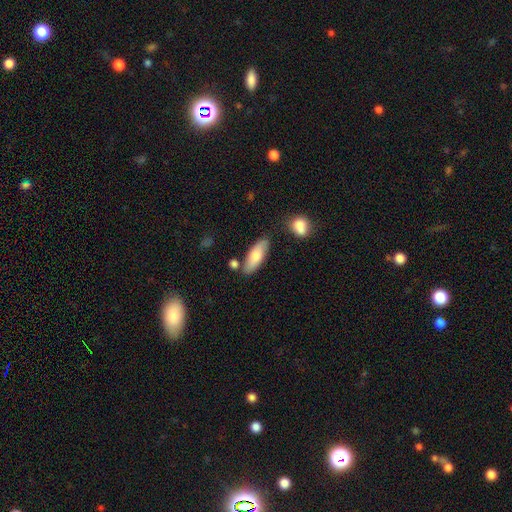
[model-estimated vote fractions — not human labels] smooth-or-featured: smooth: 75% | featured or disk: 20% | star or artifact: 6%
  how-rounded: in between: 71% | cigar-shaped: 26% | round: 2%
  merging: none: 75% | minor disturbance: 14% | merger: 8% | major disturbance: 3%